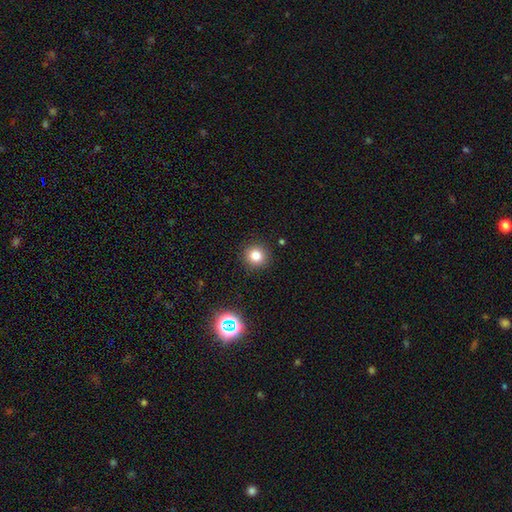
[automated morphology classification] smooth_or_featured: smooth (p=0.79) [alt: star or artifact p=0.14]
how_rounded: round (p=0.93) [alt: in between p=0.06]
merging: none (p=0.91) [alt: minor disturbance p=0.06]